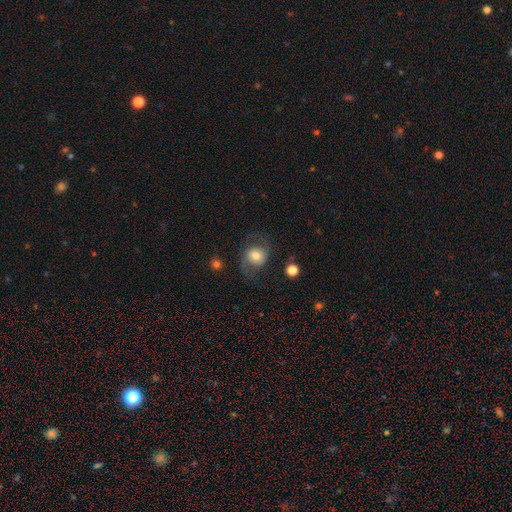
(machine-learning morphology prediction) Smooth or featured?
  - featured or disk: 53% *
  - smooth: 39%
  - star or artifact: 8%
Edge-on disk?
  - no: 97% *
  - yes: 3%
Bar?
  - no: 67% *
  - weak: 26%
  - strong: 7%
Spiral arms?
  - yes: 83% *
  - no: 17%
Bulge size?
  - moderate: 55% *
  - small: 19%
  - large: 19%
  - dominant: 5%
  - none: 2%
Merging?
  - none: 66% *
  - minor disturbance: 17%
  - major disturbance: 15%
  - merger: 2%